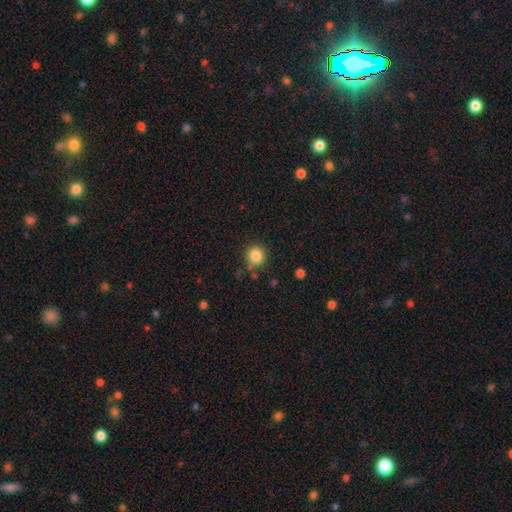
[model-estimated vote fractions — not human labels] The model was most divided on "merging": none: 81%, minor disturbance: 11%, merger: 4%, major disturbance: 4%. More confident: how rounded — round (92%); smooth or featured — smooth (85%).